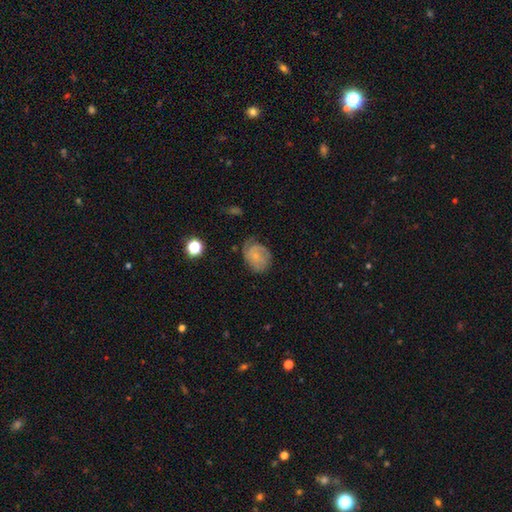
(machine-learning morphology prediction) A featured or disk galaxy (57%) with no bar (72%), spiral arms (86%) and a small central bulge (71%).

Vote fractions:
- Smooth or featured? featured or disk: 57% / smooth: 34% / star or artifact: 9%
- Edge-on disk? no: 97% / yes: 3%
- Bar? no: 72% / weak: 25% / strong: 3%
- Spiral arms? yes: 86% / no: 14%
- Bulge size? small: 71% / moderate: 15% / none: 11% / large: 1% / dominant: 1%
- Merging? none: 53% / minor disturbance: 29% / major disturbance: 16% / merger: 2%